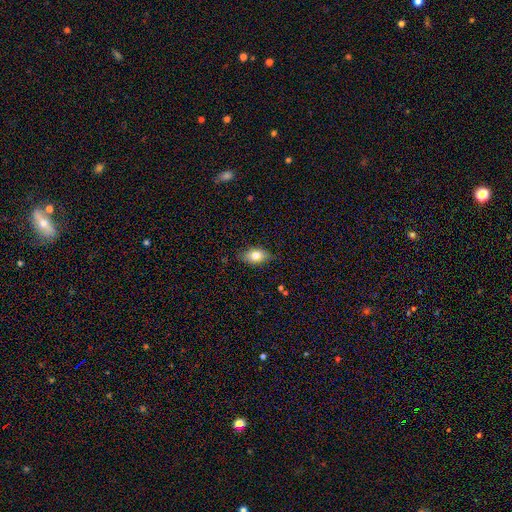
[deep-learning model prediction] smooth-or-featured: smooth: 77% | featured or disk: 15% | star or artifact: 8%
  how-rounded: in between: 88% | round: 9% | cigar-shaped: 3%
  merging: none: 82% | minor disturbance: 15% | major disturbance: 3% | merger: 1%